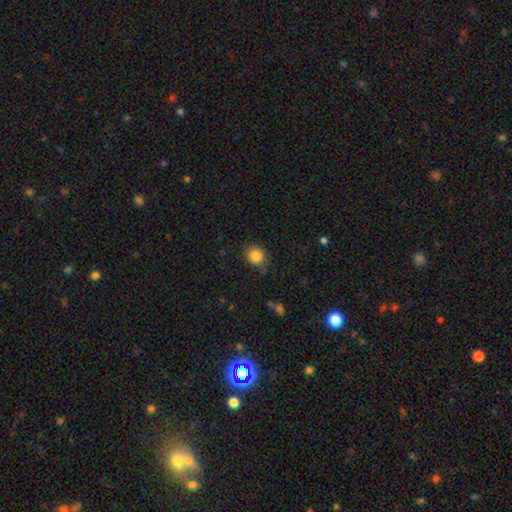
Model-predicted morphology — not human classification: Q: Smooth or featured?
A: smooth (84%); runner-up: star or artifact (10%)
Q: How rounded?
A: round (76%); runner-up: in between (23%)
Q: Merging?
A: none (82%); runner-up: minor disturbance (14%)